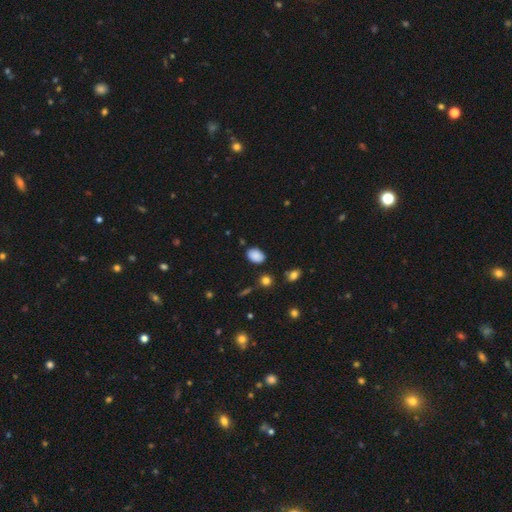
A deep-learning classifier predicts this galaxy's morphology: Q: Smooth or featured?
A: smooth (86%); runner-up: star or artifact (10%)
Q: How rounded?
A: in between (82%); runner-up: round (17%)
Q: Merging?
A: none (82%); runner-up: minor disturbance (13%)